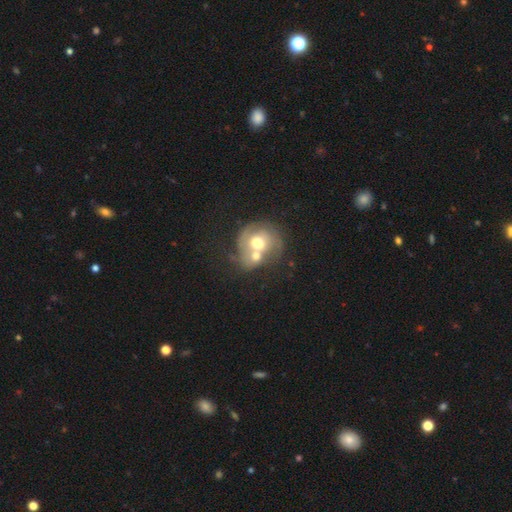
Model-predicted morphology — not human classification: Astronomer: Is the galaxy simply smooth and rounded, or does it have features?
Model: featured or disk — 49% (runner-up: smooth, 43%).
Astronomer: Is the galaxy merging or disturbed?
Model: merger — 66%.